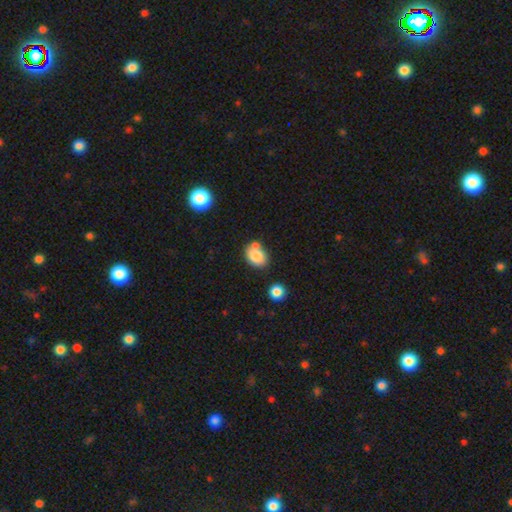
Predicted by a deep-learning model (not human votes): smooth_or_featured: smooth (p=0.81) [alt: featured or disk p=0.10]
how_rounded: in between (p=0.70) [alt: round p=0.29]
merging: none (p=0.55) [alt: merger p=0.25]